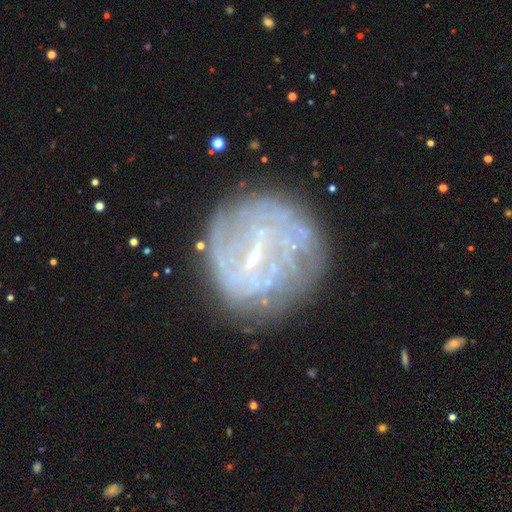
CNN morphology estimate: smooth_or_featured: featured or disk (p=0.67) [alt: smooth p=0.21]
disk_edge_on: no (p=0.97) [alt: yes p=0.03]
bar: weak (p=0.46) [alt: strong p=0.28]
has_spiral_arms: yes (p=0.51) [alt: no p=0.49]
bulge_size: small (p=0.66) [alt: none p=0.19]
merging: none (p=0.70) [alt: minor disturbance p=0.16]